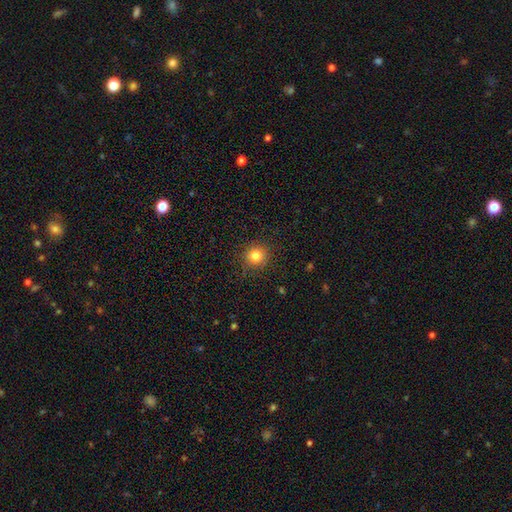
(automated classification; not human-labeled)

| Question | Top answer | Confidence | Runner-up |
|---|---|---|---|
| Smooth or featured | smooth | 82% | star or artifact (12%) |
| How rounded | round | 90% | in between (9%) |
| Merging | none | 89% | minor disturbance (7%) |